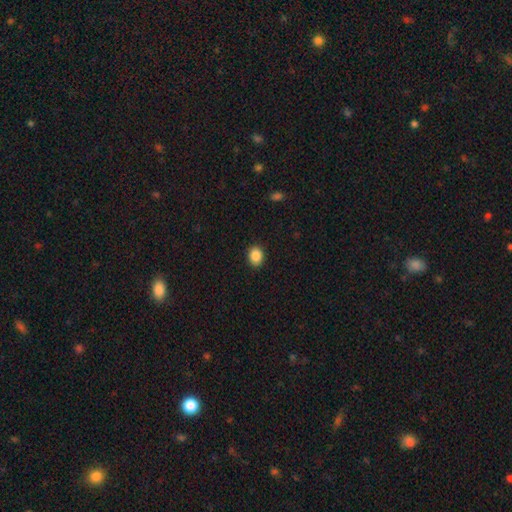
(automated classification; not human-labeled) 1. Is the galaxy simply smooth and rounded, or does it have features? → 88% smooth, 9% star or artifact, 3% featured or disk.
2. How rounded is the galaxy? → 50% round, 49% in between, 1% cigar-shaped.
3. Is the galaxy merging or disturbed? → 90% none, 7% minor disturbance, 2% major disturbance, 1% merger.